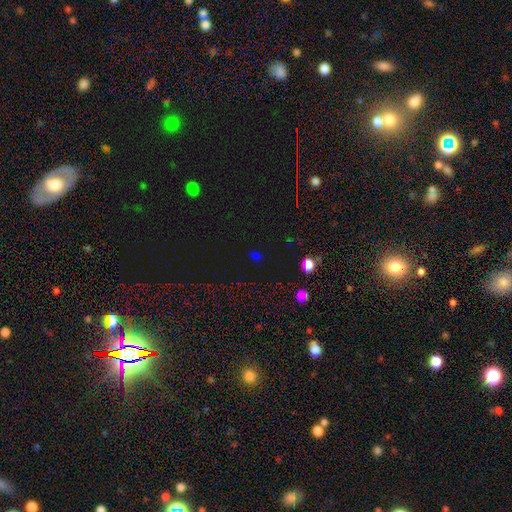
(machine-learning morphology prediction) Overall: star or artifact (51%; smooth 42%).